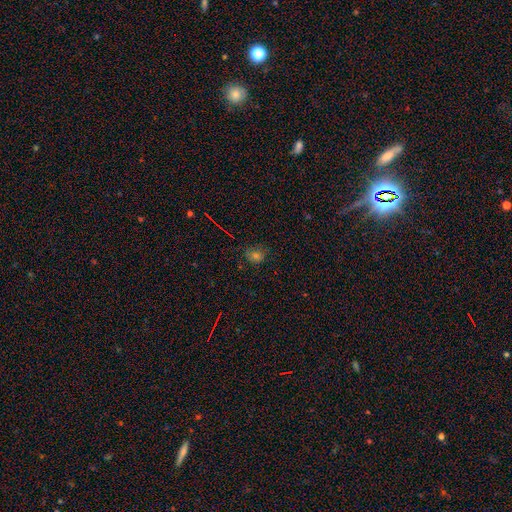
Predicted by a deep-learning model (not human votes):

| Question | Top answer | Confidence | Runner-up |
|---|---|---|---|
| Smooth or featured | smooth | 62% | star or artifact (27%) |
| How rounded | round | 71% | in between (28%) |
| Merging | none | 77% | minor disturbance (17%) |